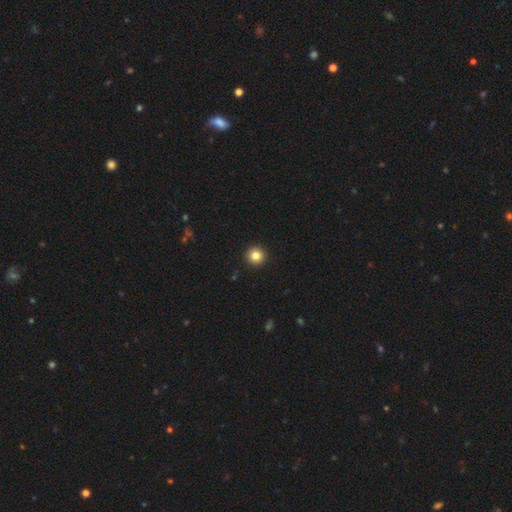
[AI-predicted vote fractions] This appears to be a smooth galaxy with no disk features (83%) that is round (96%). Merging: none (94%).